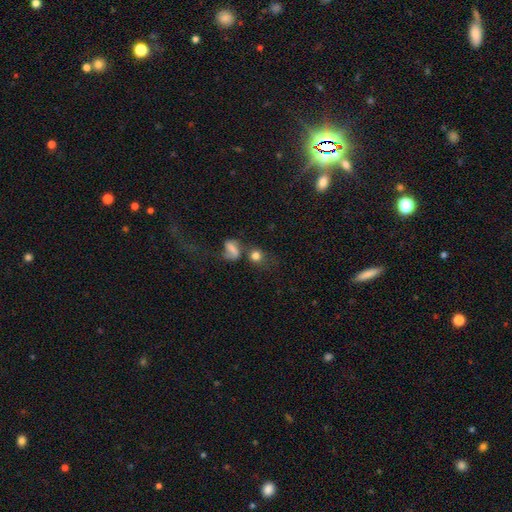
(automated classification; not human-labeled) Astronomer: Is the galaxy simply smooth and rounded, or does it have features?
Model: smooth — 74%.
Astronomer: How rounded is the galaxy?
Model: round — 77%.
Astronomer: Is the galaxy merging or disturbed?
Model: none — 50% (runner-up: merger, 25%).